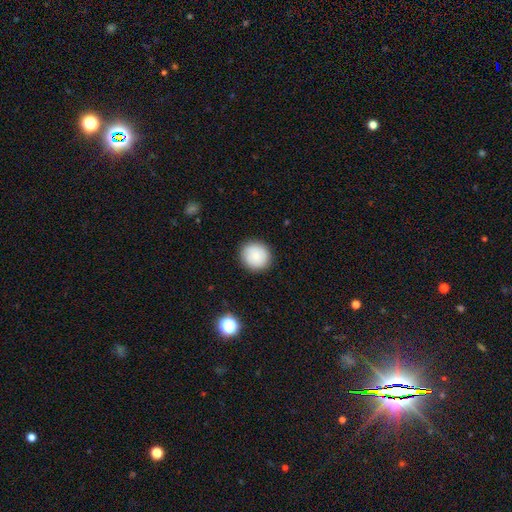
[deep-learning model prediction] This appears to be a smooth galaxy with no disk features (86%) that is round (91%). Merging: none (90%).